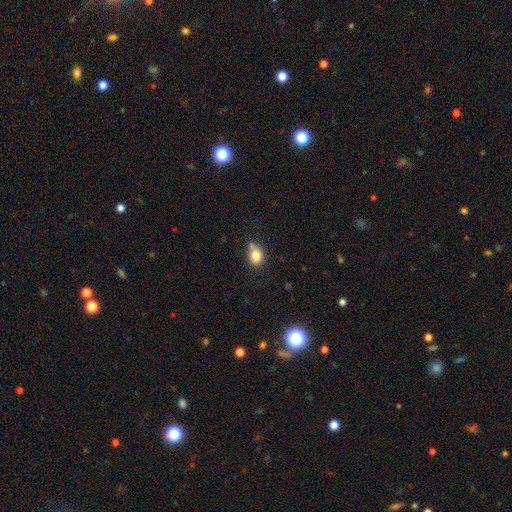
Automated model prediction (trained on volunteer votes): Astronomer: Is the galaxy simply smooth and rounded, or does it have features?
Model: smooth — 80%.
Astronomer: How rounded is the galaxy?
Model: in between — 60% (runner-up: round, 38%).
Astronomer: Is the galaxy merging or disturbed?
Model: none — 53%.